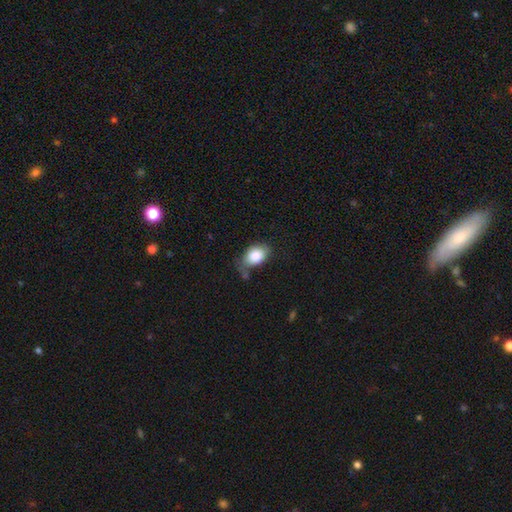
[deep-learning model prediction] A smooth galaxy with no disk features (82%) that is in between round and cigar-shaped (83%). Merging: none (52%).